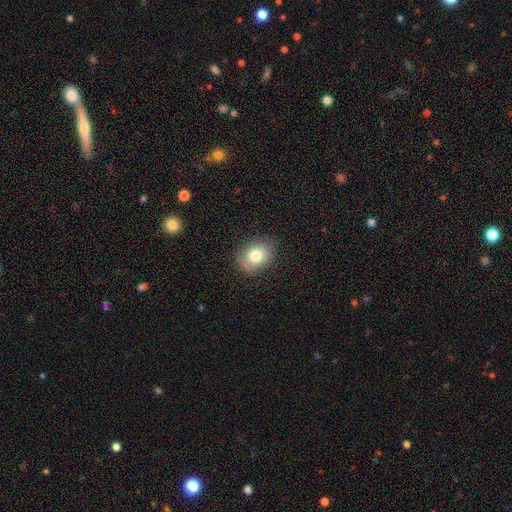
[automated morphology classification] Overall: smooth (78%). How rounded: in between (59%; round 40%). Merging: none (85%).